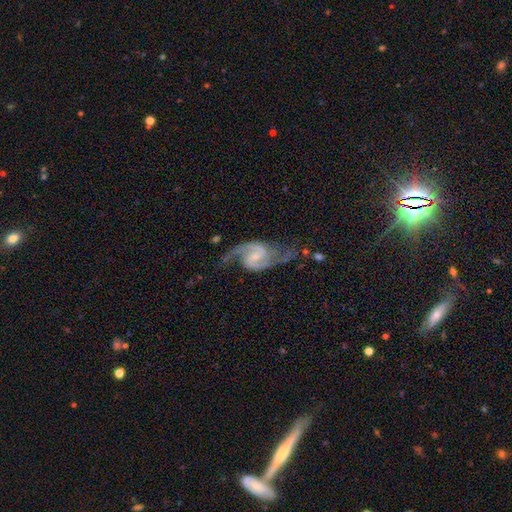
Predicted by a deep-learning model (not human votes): smooth_or_featured: featured or disk (p=0.92) [alt: star or artifact p=0.04]
disk_edge_on: no (p=0.98) [alt: yes p=0.02]
bar: weak (p=0.55) [alt: no p=0.29]
has_spiral_arms: yes (p=0.98) [alt: no p=0.02]
spiral_winding: medium (p=0.50) [alt: loose p=0.38]
spiral_arm_count: 2 (p=0.94) [alt: can't tell p=0.02]
bulge_size: small (p=0.53) [alt: moderate p=0.27]
merging: none (p=0.69) [alt: minor disturbance p=0.18]